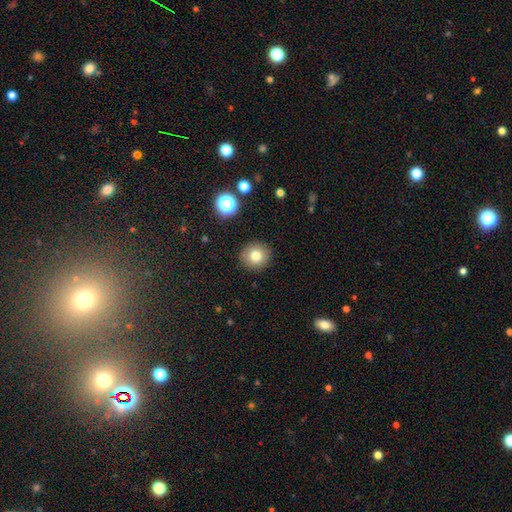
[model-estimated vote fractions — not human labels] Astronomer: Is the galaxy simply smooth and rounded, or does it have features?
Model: smooth — 79%.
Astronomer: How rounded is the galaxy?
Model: round — 90%.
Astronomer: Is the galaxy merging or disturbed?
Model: none — 90%.